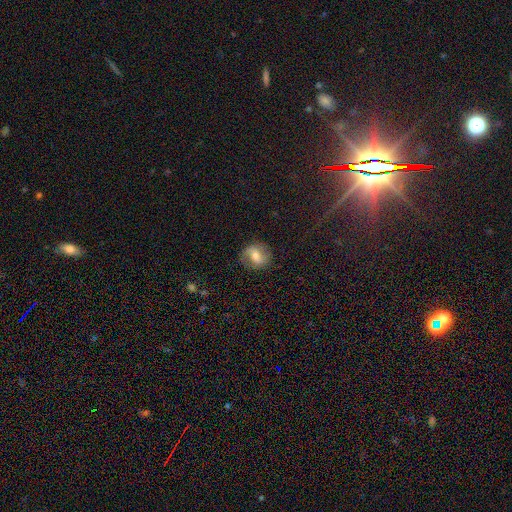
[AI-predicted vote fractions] Smooth or featured? smooth (47%)
Merging? none (82%)